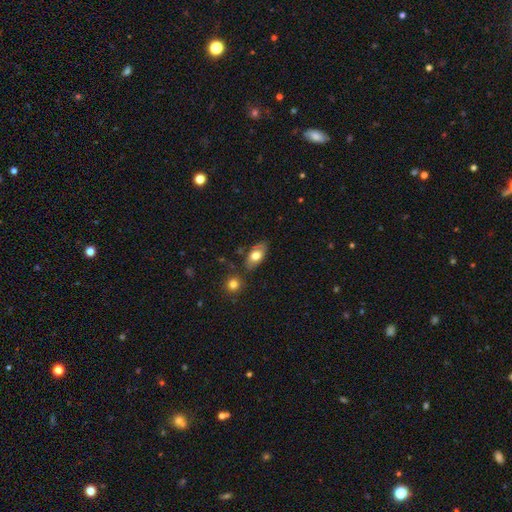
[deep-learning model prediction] smooth-or-featured: smooth: 67% | featured or disk: 26% | star or artifact: 7%
  how-rounded: in between: 90% | round: 5% | cigar-shaped: 4%
  merging: none: 75% | minor disturbance: 16% | merger: 5% | major disturbance: 4%